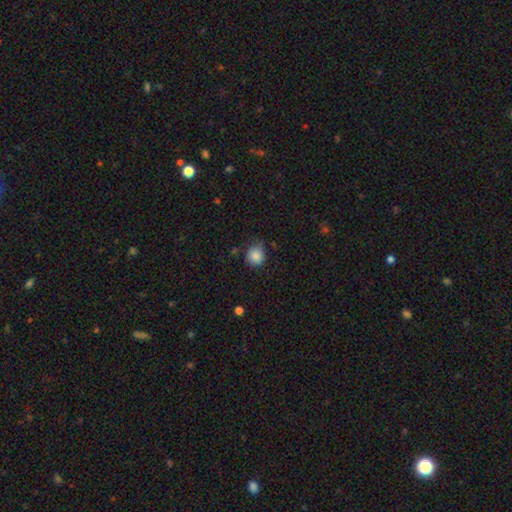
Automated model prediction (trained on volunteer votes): Smooth or featured? smooth (85%)
How rounded? round (85%)
Merging? none (69%)